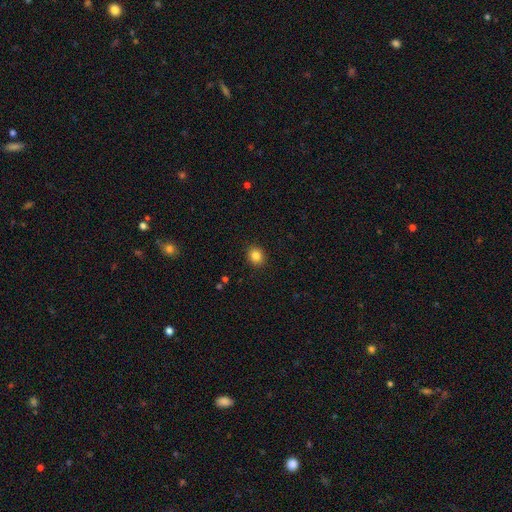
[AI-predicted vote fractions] Smooth or featured? Predicted: smooth (p=0.85). How rounded? Predicted: round (p=0.72). Merging? Predicted: none (p=0.91).